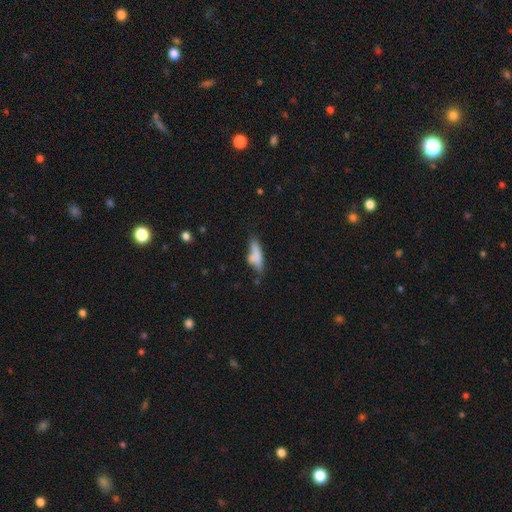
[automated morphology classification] A smooth galaxy with no disk features (70%) that is cigar-shaped (50%).

Vote fractions:
- Smooth or featured? smooth: 70% / featured or disk: 21% / star or artifact: 9%
- How rounded? cigar-shaped: 50% / in between: 48% / round: 3%
- Merging? none: 45% / minor disturbance: 29% / major disturbance: 13% / merger: 12%